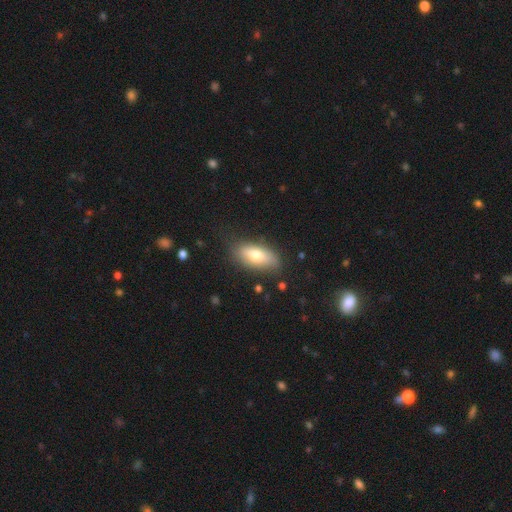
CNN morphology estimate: Smooth or featured: smooth — 69% (featured or disk — 24%)
How rounded: in between — 84% (cigar-shaped — 12%)
Merging: none — 76% (minor disturbance — 18%)